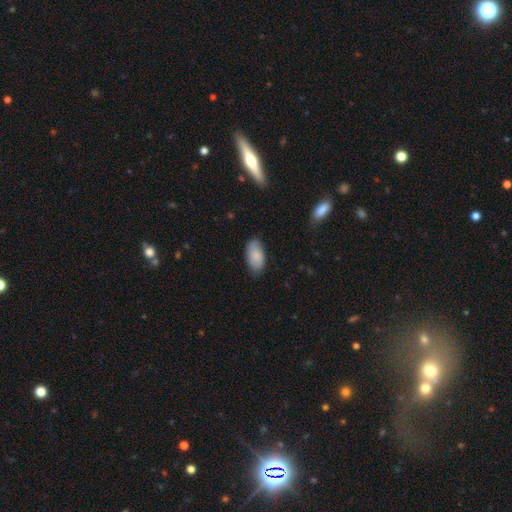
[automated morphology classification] This appears to be a smooth galaxy with no disk features (87%) that is in between round and cigar-shaped (94%). Merging: none (79%).